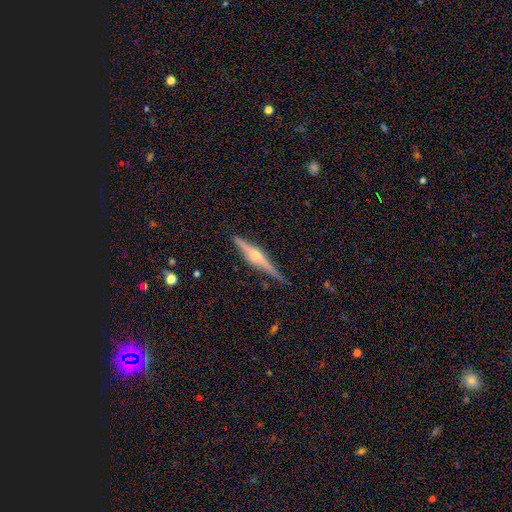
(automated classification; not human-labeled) Smooth or featured? featured or disk (80%)
Edge-on disk? yes (98%)
Edge-on bulge? rounded (88%)
Merging? none (88%)